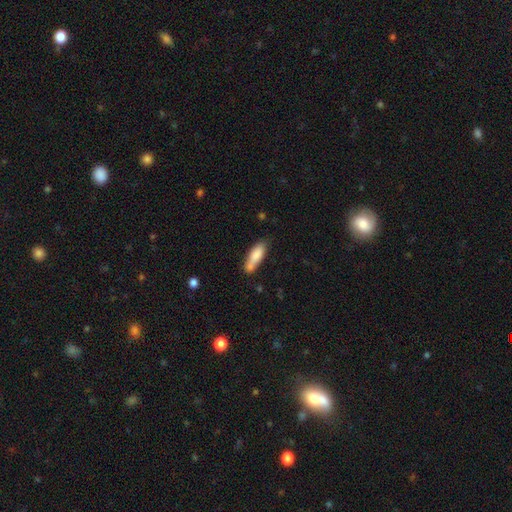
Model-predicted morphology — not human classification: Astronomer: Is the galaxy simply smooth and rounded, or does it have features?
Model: smooth — 81%.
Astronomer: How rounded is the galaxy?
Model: cigar-shaped — 52% (runner-up: in between, 46%).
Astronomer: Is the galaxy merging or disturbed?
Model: none — 53%.